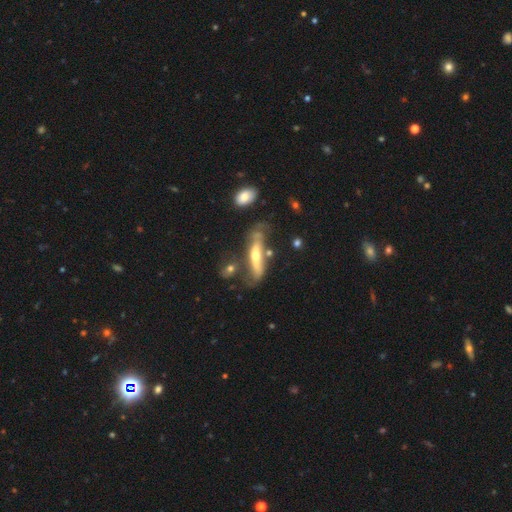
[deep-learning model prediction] A featured or disk galaxy (65%) viewed edge-on (64%). Merging: none (46%).